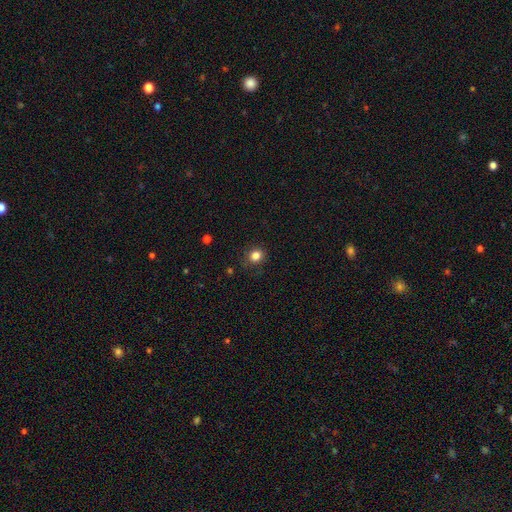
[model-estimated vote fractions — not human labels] Smooth or featured? Predicted: smooth (p=0.83). How rounded? Predicted: round (p=0.82). Merging? Predicted: none (p=0.85).